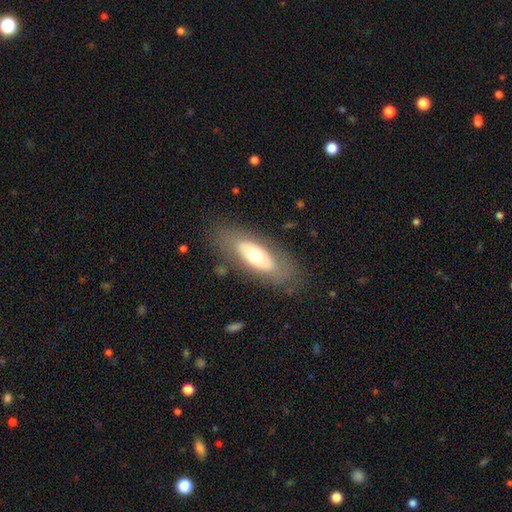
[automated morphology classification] type=smooth (52%); roundness=in between (76%); merging=none (79%).